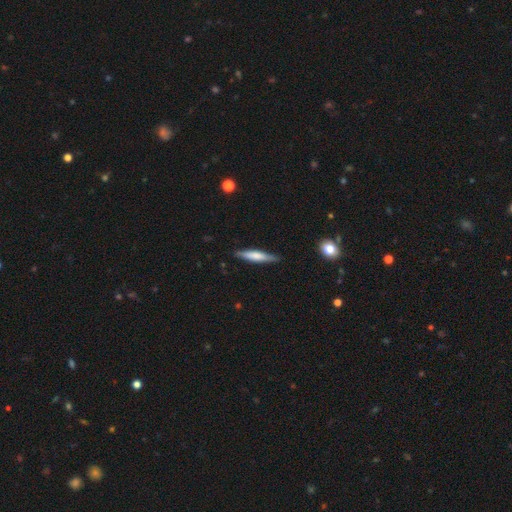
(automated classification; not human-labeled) A smooth galaxy with no disk features (55%) that is cigar-shaped (86%).

Vote fractions:
- Smooth or featured? smooth: 55% / featured or disk: 39% / star or artifact: 6%
- How rounded? cigar-shaped: 86% / in between: 12% / round: 2%
- Merging? none: 85% / minor disturbance: 12% / major disturbance: 2% / merger: 1%